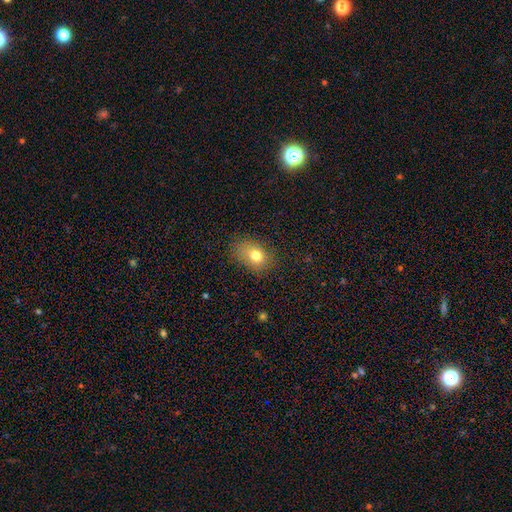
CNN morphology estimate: A smooth galaxy with no disk features (77%) that is in between round and cigar-shaped (72%).

Vote fractions:
- Smooth or featured? smooth: 77% / featured or disk: 12% / star or artifact: 11%
- How rounded? in between: 72% / round: 27% / cigar-shaped: 1%
- Merging? none: 77% / minor disturbance: 17% / major disturbance: 6% / merger: 1%